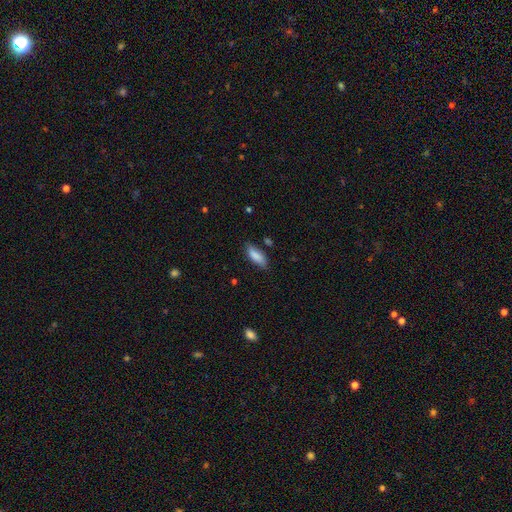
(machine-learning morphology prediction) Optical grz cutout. It shows a smooth galaxy with no disk features (86%) that is in between round and cigar-shaped (70%). Merging: none (74%).